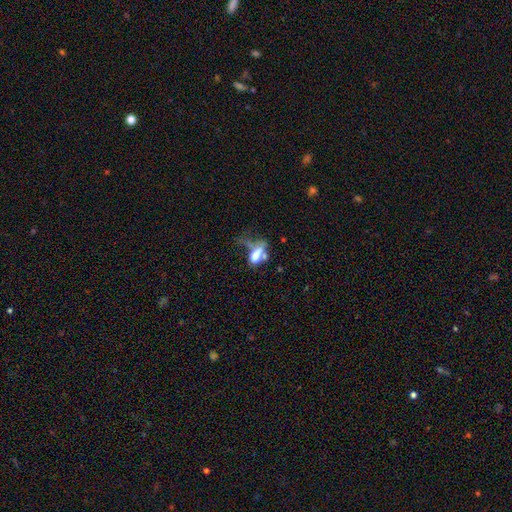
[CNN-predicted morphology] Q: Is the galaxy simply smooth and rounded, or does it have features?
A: smooth — 56%.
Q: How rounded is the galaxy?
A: in between — 72%.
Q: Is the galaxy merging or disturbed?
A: major disturbance — 38%.